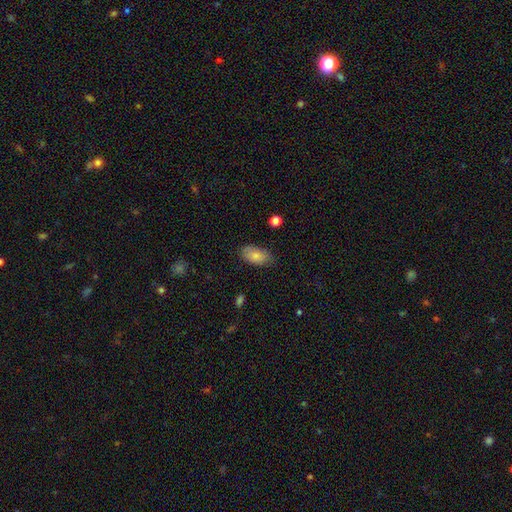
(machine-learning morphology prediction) smooth_or_featured: smooth (p=0.81) [alt: featured or disk p=0.12]
how_rounded: in between (p=0.93) [alt: round p=0.05]
merging: none (p=0.75) [alt: minor disturbance p=0.20]